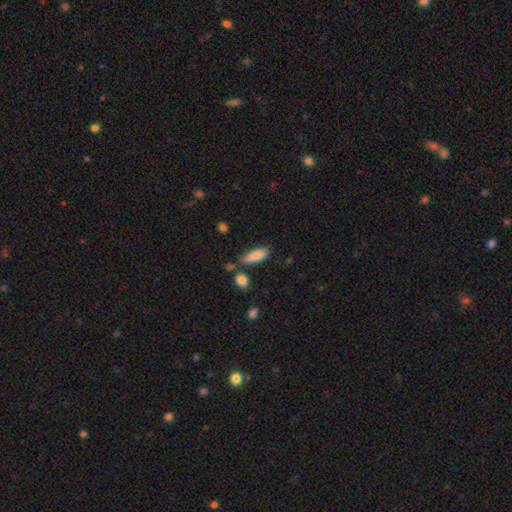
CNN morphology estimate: Overall: smooth (86%). How rounded: in between (64%; cigar-shaped 33%). Merging: none (61%; minor disturbance 23%).